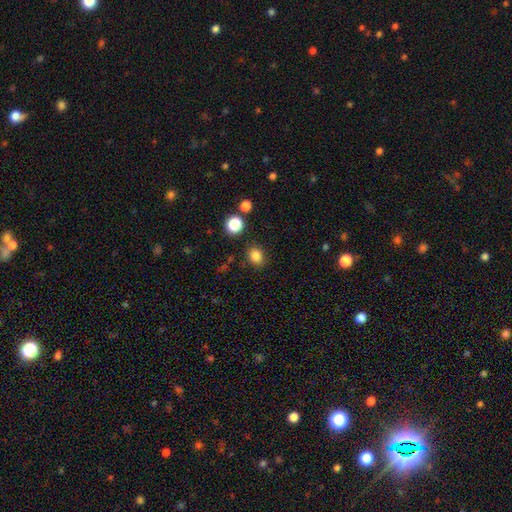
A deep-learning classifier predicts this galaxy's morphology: Smooth or featured: smooth — 83% (star or artifact — 12%)
How rounded: round — 62% (in between — 37%)
Merging: none — 85% (minor disturbance — 9%)